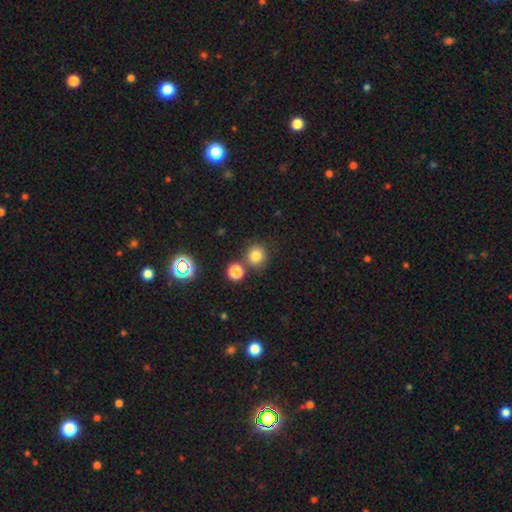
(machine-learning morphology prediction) Smooth or featured: smooth — 80% (star or artifact — 15%)
How rounded: round — 90% (in between — 9%)
Merging: none — 75% (merger — 13%)